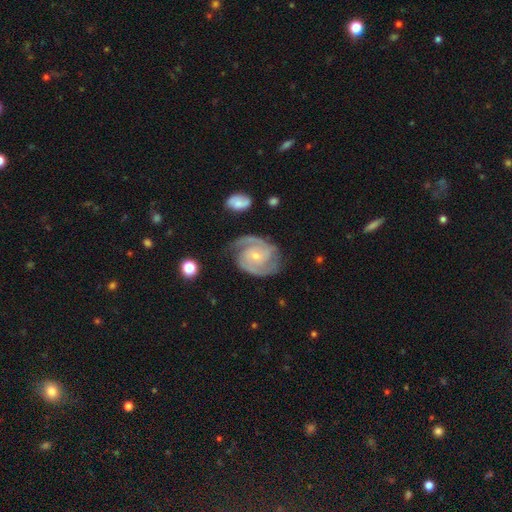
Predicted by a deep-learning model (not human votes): Smooth or featured? Predicted: featured or disk (p=0.90). Edge-on disk? Predicted: no (p=0.98). Bar? Predicted: no (p=0.58). Spiral arms? Predicted: yes (p=0.98). Spiral winding? Predicted: tight (p=0.51). Spiral arm count? Predicted: 2 (p=0.82). Bulge size? Predicted: small (p=0.73). Merging? Predicted: none (p=0.76).